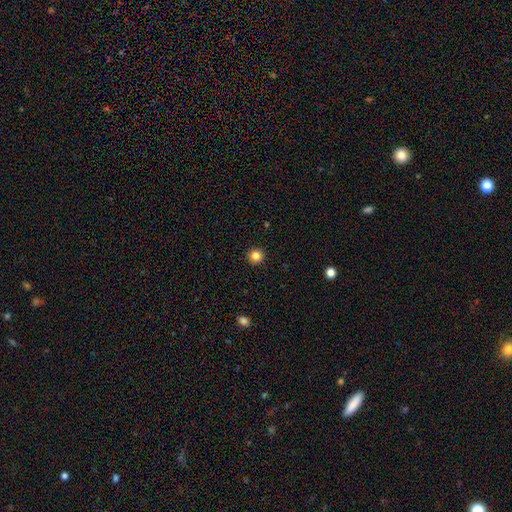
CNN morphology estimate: The model was most divided on "smooth or featured": smooth: 84%, star or artifact: 11%, featured or disk: 4%. More confident: how rounded — round (94%); merging — none (93%).